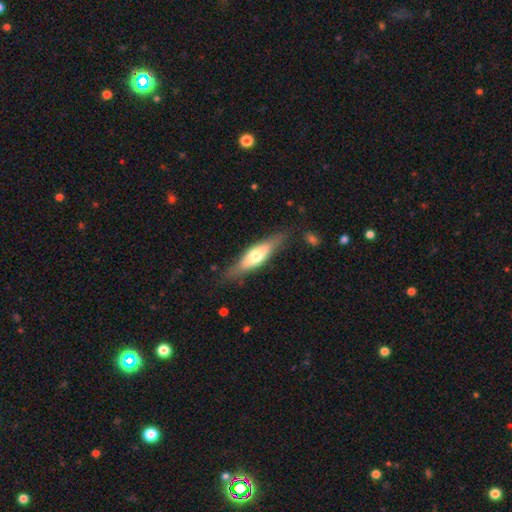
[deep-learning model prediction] A smooth galaxy with no disk features (48%).

Vote fractions:
- Smooth or featured? smooth: 48% / featured or disk: 46% / star or artifact: 6%
- Merging? none: 77% / minor disturbance: 17% / major disturbance: 5% / merger: 2%